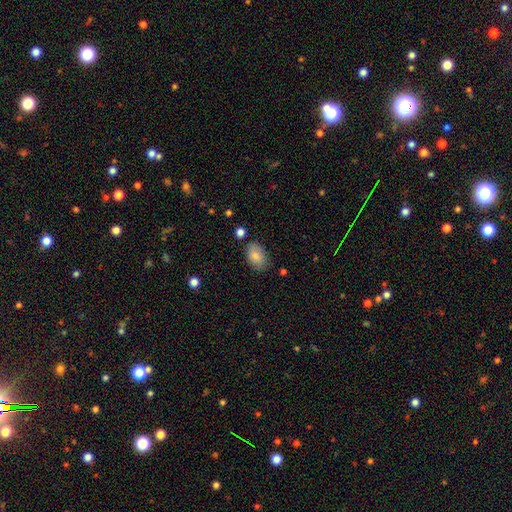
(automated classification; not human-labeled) Overall: smooth (82%). How rounded: in between (89%). Merging: none (73%).